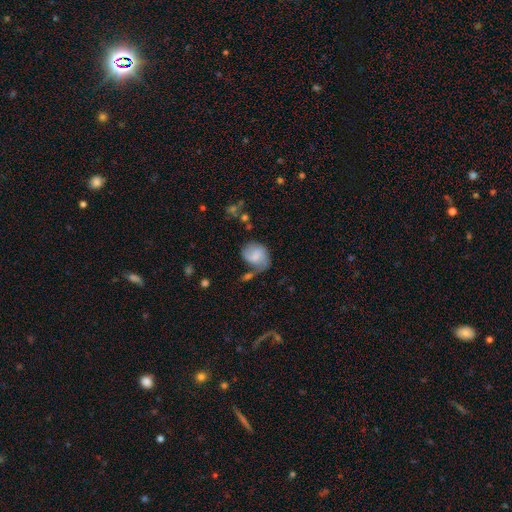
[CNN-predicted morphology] Overall: smooth (54%; featured or disk 38%). How rounded: round (50%; in between 49%). Merging: none (41%; minor disturbance 28%).